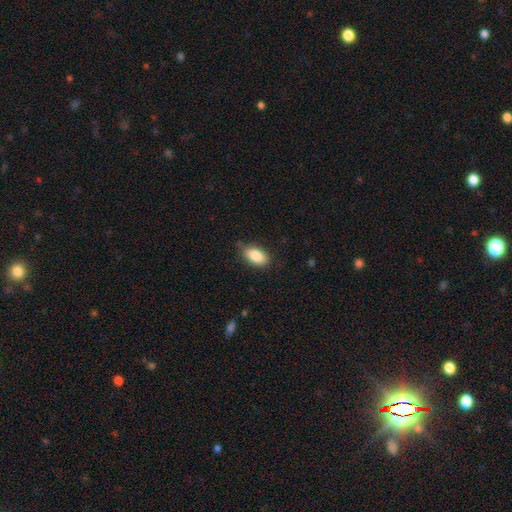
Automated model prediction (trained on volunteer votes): Smooth or featured? smooth (87%)
How rounded? in between (92%)
Merging? none (78%)